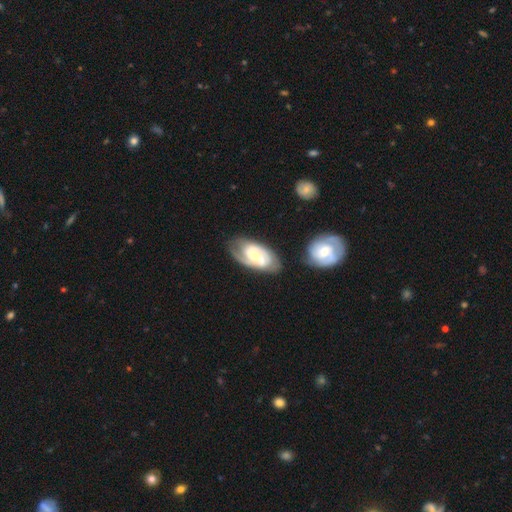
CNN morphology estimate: smooth-or-featured: featured or disk: 83% | smooth: 13% | star or artifact: 5%
  disk-edge-on: no: 96% | yes: 4%
    bar: weak: 47% | no: 34% | strong: 19%
    has-spiral-arms: yes: 96% | no: 4%
      spiral-winding: medium: 45% | tight: 43% | loose: 12%
      spiral-arm-count: 2: 80% | can't tell: 8% | 3: 7% | 1: 3% | 4: 1% | more than 4: 1%
    bulge-size: small: 50% | moderate: 35% | none: 9% | large: 5% | dominant: 1%
  merging: none: 69% | minor disturbance: 17% | merger: 8% | major disturbance: 6%